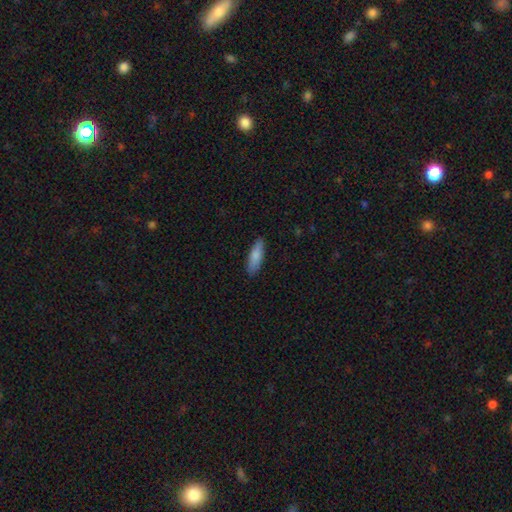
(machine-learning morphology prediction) A smooth galaxy with no disk features (82%) that is cigar-shaped (50%). Merging: none (86%).